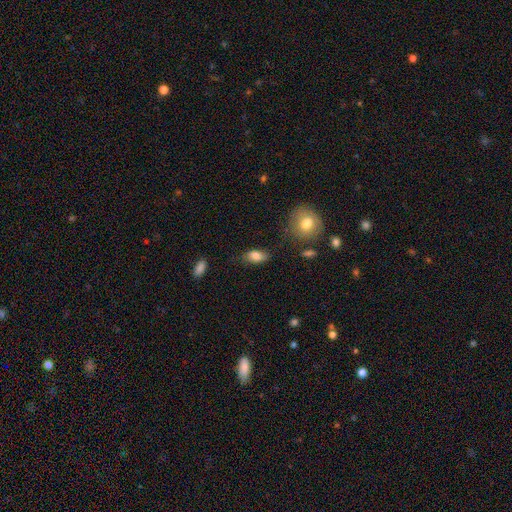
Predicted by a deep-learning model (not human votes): Smooth or featured?
  - smooth: 82% *
  - featured or disk: 10%
  - star or artifact: 8%
How rounded?
  - in between: 88% *
  - round: 7%
  - cigar-shaped: 5%
Merging?
  - none: 76% *
  - minor disturbance: 17%
  - major disturbance: 4%
  - merger: 2%